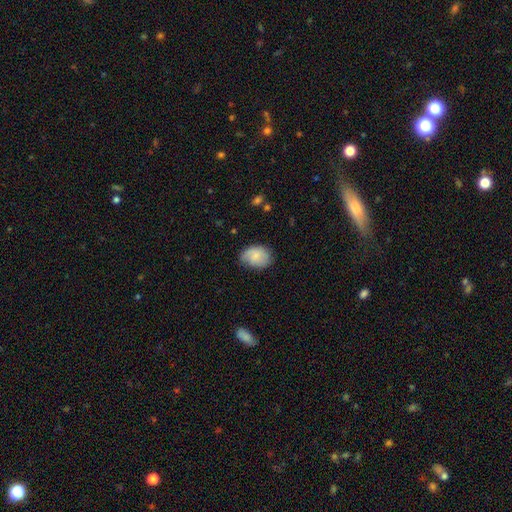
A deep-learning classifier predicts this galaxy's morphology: smooth_or_featured: smooth (p=0.69) [alt: featured or disk p=0.23]
how_rounded: in between (p=0.68) [alt: round p=0.31]
merging: none (p=0.65) [alt: minor disturbance p=0.27]